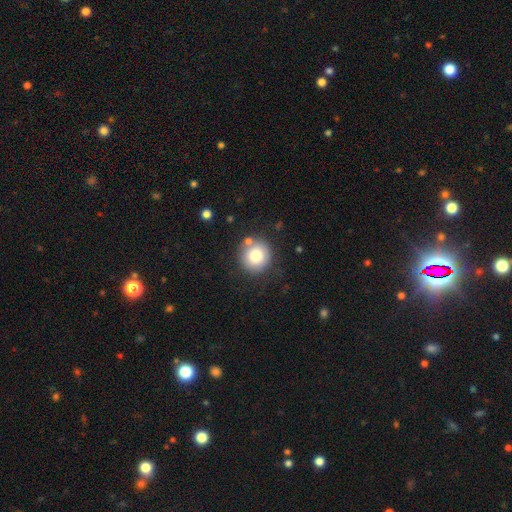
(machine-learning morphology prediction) Overall: smooth (79%). How rounded: round (92%). Merging: none (78%).